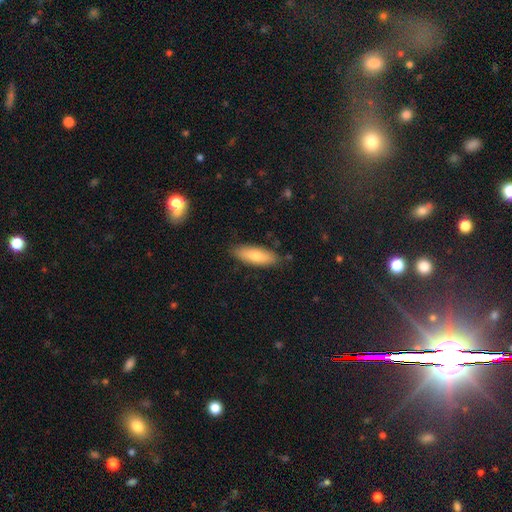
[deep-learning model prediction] Overall: smooth (75%). How rounded: in between (61%; cigar-shaped 37%). Merging: none (84%).